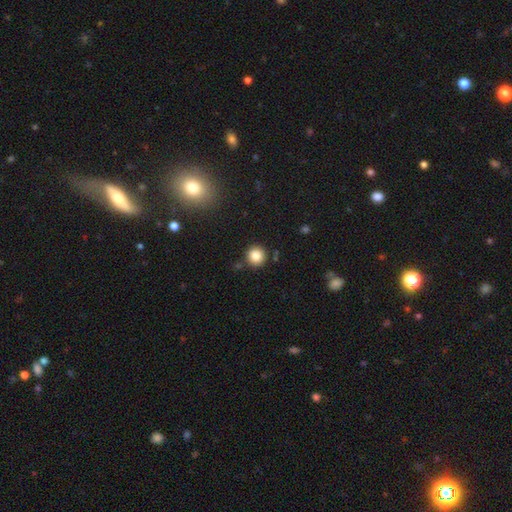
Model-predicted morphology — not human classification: This appears to be a smooth galaxy with no disk features (83%) that is round (94%). Merging: none (86%).